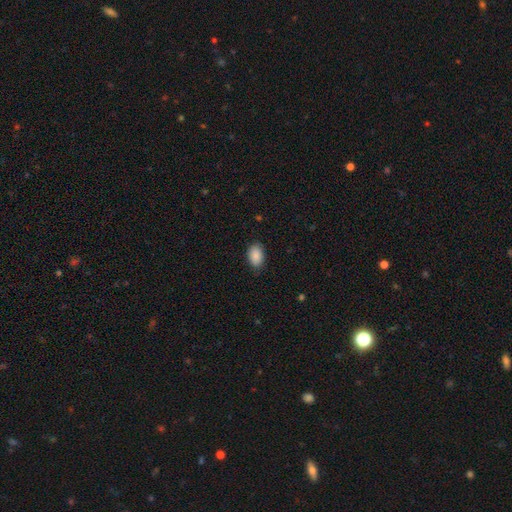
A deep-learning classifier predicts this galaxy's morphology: smooth-or-featured: smooth: 90% | star or artifact: 7% | featured or disk: 3%
  how-rounded: in between: 89% | round: 10% | cigar-shaped: 1%
  merging: none: 84% | minor disturbance: 13% | major disturbance: 3% | merger: 1%